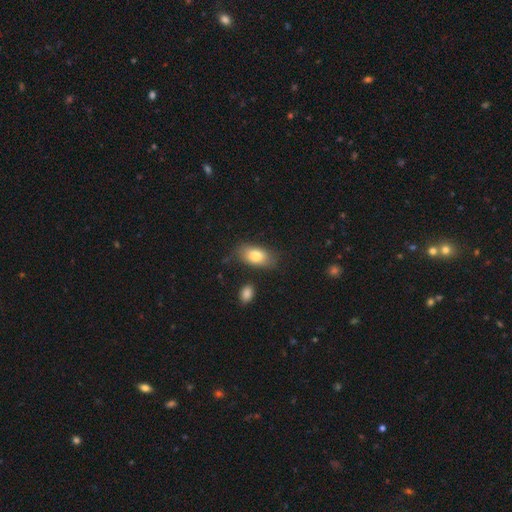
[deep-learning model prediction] smooth_or_featured: smooth (p=0.78) [alt: featured or disk p=0.14]
how_rounded: in between (p=0.90) [alt: round p=0.07]
merging: none (p=0.75) [alt: minor disturbance p=0.16]